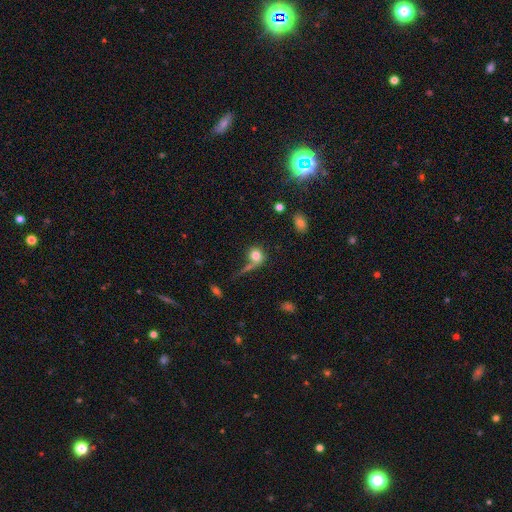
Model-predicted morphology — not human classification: Smooth or featured: smooth — 76% (featured or disk — 14%)
How rounded: round — 79% (in between — 19%)
Merging: none — 42% (major disturbance — 22%)